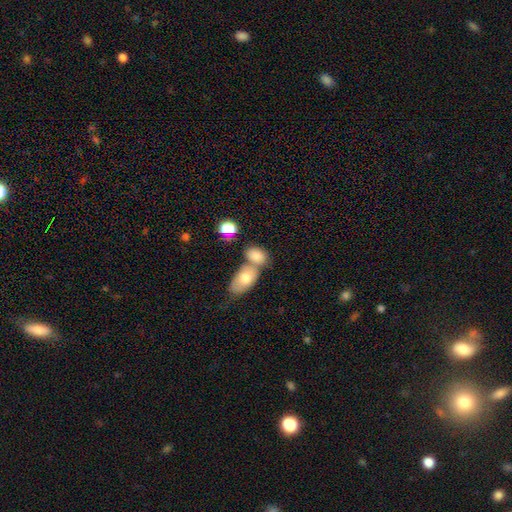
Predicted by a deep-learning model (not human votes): A smooth galaxy with no disk features (76%) that is in between round and cigar-shaped (85%).

Vote fractions:
- Smooth or featured? smooth: 76% / featured or disk: 15% / star or artifact: 10%
- How rounded? in between: 85% / round: 13% / cigar-shaped: 2%
- Merging? merger: 49% / none: 37% / minor disturbance: 11% / major disturbance: 4%